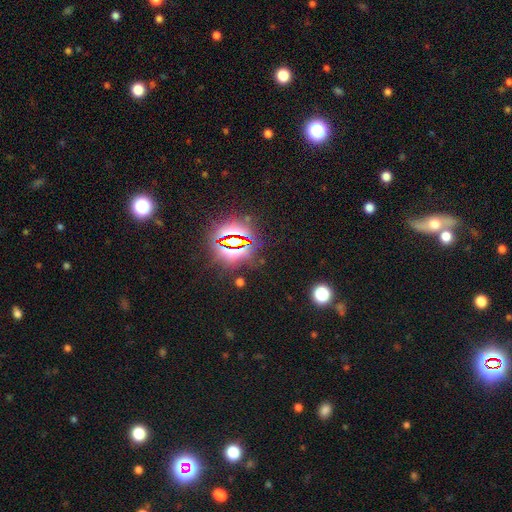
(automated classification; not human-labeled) A star or artifact, not a galaxy (81%).